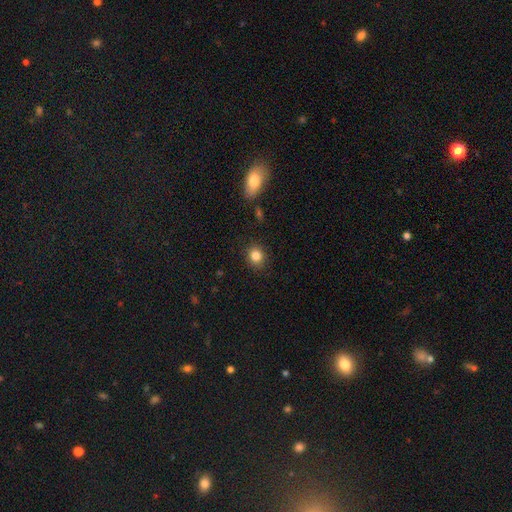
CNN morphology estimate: Smooth or featured?
  - smooth: 83% *
  - star or artifact: 11%
  - featured or disk: 6%
How rounded?
  - round: 73% *
  - in between: 26%
  - cigar-shaped: 1%
Merging?
  - none: 88% *
  - minor disturbance: 9%
  - major disturbance: 2%
  - merger: 2%